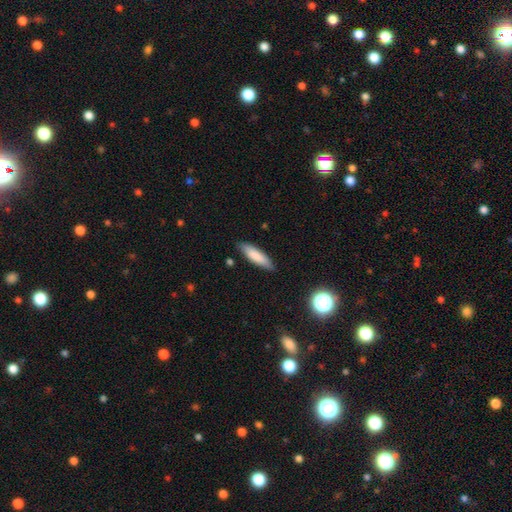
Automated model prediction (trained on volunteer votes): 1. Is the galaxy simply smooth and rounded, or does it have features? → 82% smooth, 12% featured or disk, 6% star or artifact.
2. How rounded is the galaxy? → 63% cigar-shaped, 35% in between, 1% round.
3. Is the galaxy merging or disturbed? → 84% none, 12% minor disturbance, 2% major disturbance, 1% merger.